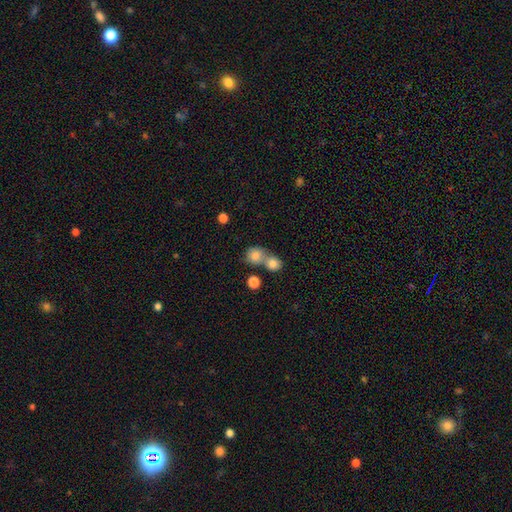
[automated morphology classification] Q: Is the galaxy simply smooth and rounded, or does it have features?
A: smooth — 80%.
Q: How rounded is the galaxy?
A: round — 81%.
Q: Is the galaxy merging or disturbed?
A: merger — 54%.